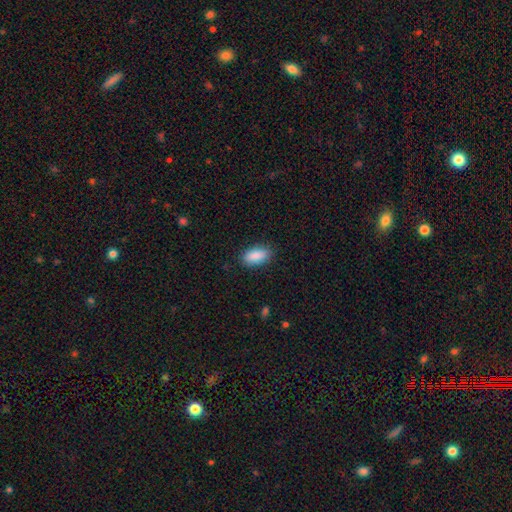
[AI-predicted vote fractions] This is clearly a smooth galaxy (89%). How rounded: clearly in between (90%). Merging: clearly none (86%).